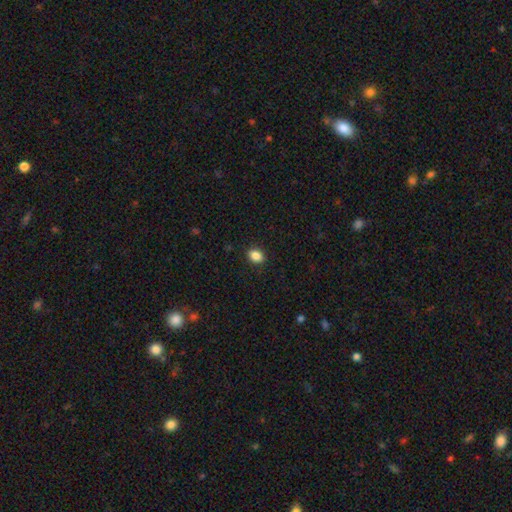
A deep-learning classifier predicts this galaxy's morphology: smooth 87%, star or artifact 9%, featured or disk 4%. Down the decision tree: how rounded — in between (66%); merging — none (90%).